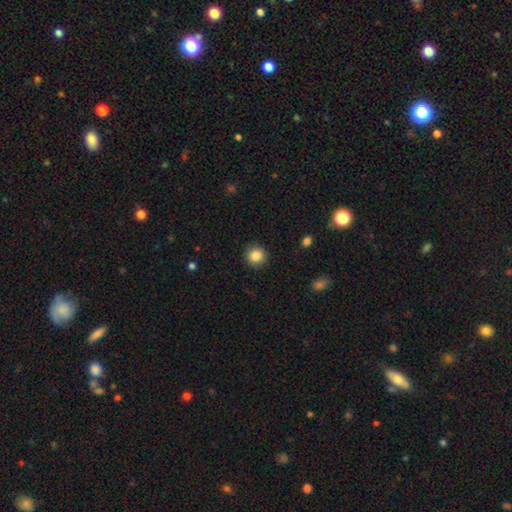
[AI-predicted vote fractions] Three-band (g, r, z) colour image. It shows a smooth galaxy with no disk features (86%) that is round (90%). Merging: none (90%).